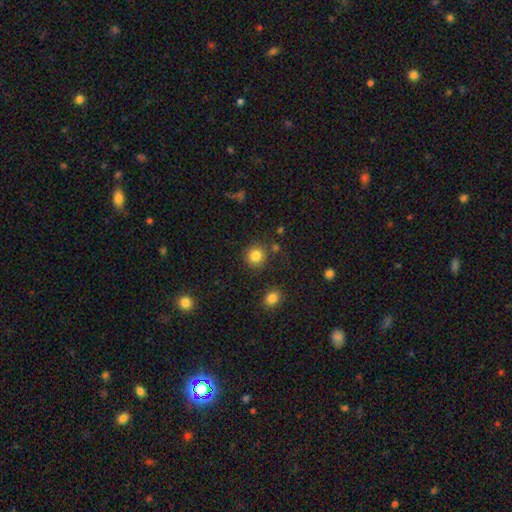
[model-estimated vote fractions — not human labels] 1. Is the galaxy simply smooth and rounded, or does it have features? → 84% smooth, 11% star or artifact, 5% featured or disk.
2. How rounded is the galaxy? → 92% round, 8% in between, 1% cigar-shaped.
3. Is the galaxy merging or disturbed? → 85% none, 8% minor disturbance, 4% merger, 3% major disturbance.